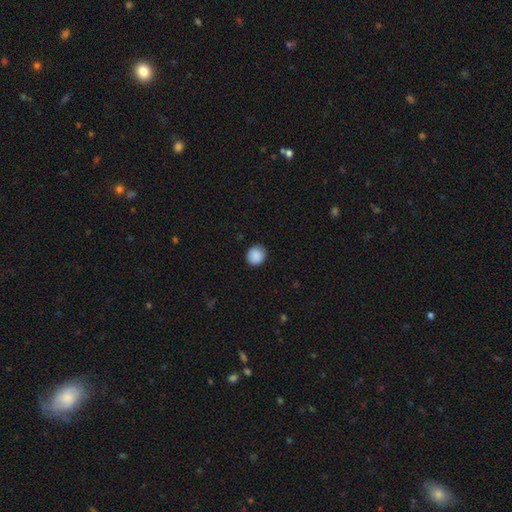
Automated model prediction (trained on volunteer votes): A smooth galaxy with no disk features (89%) that is round (85%). Merging: none (86%).